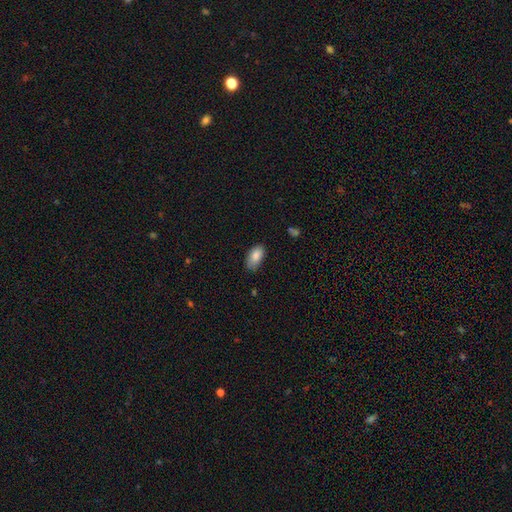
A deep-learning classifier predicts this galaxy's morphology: Smooth or featured? smooth (84%)
How rounded? in between (93%)
Merging? none (67%)